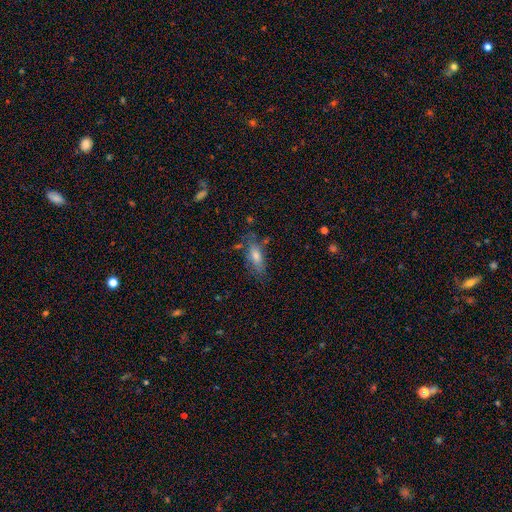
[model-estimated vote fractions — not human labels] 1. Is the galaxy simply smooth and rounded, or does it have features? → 61% smooth, 28% featured or disk, 11% star or artifact.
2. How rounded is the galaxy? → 63% in between, 34% cigar-shaped, 3% round.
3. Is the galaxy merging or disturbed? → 69% none, 20% minor disturbance, 7% major disturbance, 5% merger.